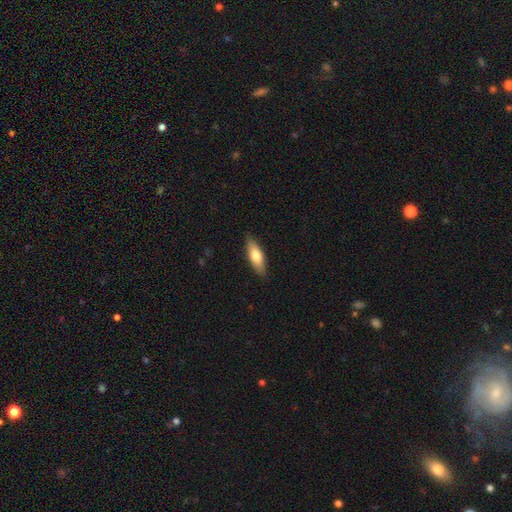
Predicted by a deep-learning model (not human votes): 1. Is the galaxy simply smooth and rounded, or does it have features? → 68% smooth, 27% featured or disk, 6% star or artifact.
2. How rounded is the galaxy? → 56% in between, 42% cigar-shaped, 2% round.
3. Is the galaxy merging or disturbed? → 87% none, 10% minor disturbance, 2% major disturbance, 1% merger.